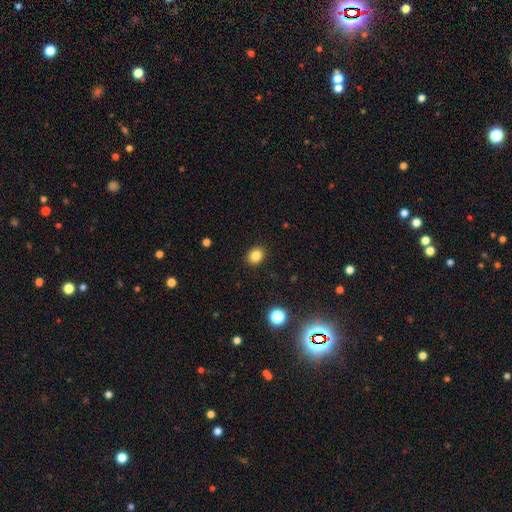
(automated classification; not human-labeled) A smooth galaxy with no disk features (83%) that is round (59%).

Vote fractions:
- Smooth or featured? smooth: 83% / star or artifact: 12% / featured or disk: 5%
- How rounded? round: 59% / in between: 41% / cigar-shaped: 1%
- Merging? none: 90% / minor disturbance: 7% / major disturbance: 2% / merger: 1%